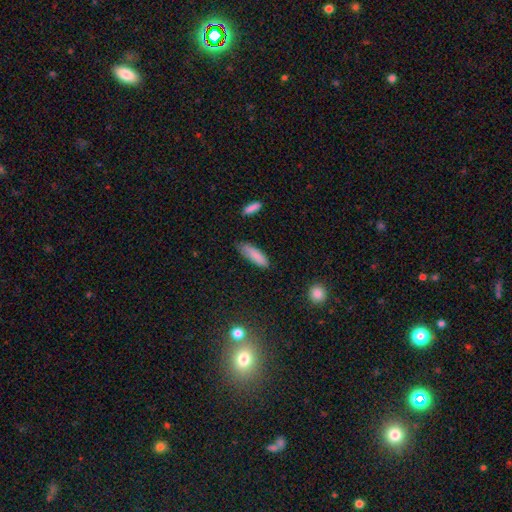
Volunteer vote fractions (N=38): smooth-or-featured: smooth: 92% | featured or disk: 5% | star or artifact: 3%
  how-rounded: cigar-shaped: 54% | in between: 40% | round: 6%
  merging: none: 62% | minor disturbance: 27% | major disturbance: 5% | merger: 5%